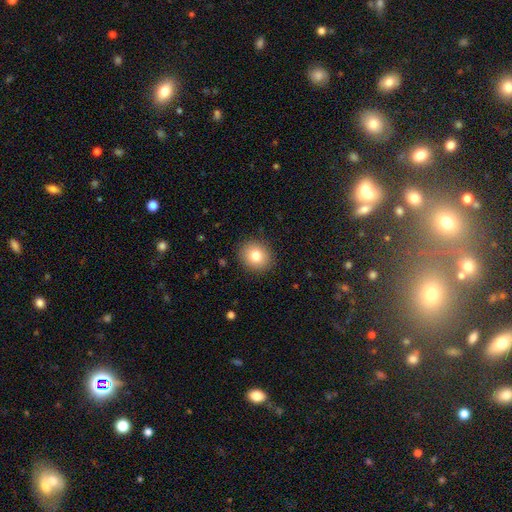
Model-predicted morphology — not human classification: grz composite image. It shows a smooth galaxy with no disk features (79%) that is round (81%). Merging: none (90%).